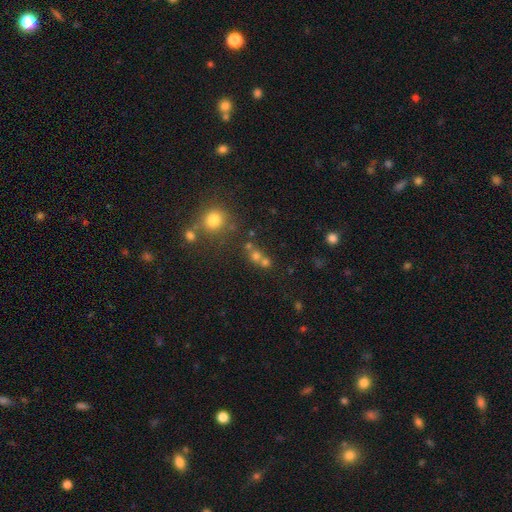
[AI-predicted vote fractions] The model was most divided on "merging": none: 47%, merger: 40%, minor disturbance: 8%, major disturbance: 5%. More confident: how rounded — round (78%); smooth or featured — smooth (62%).